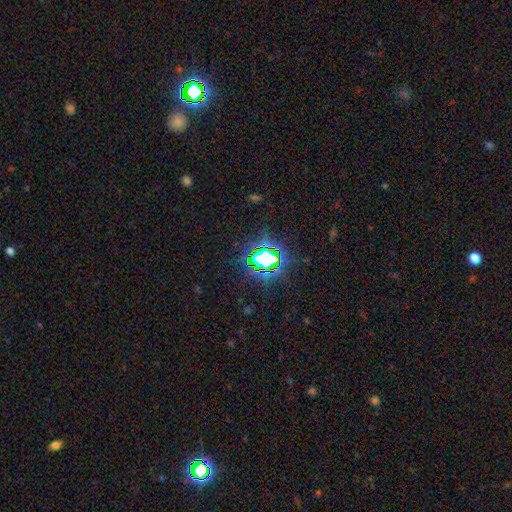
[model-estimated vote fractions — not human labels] smooth-or-featured: star or artifact: 73% | smooth: 17% | featured or disk: 9%